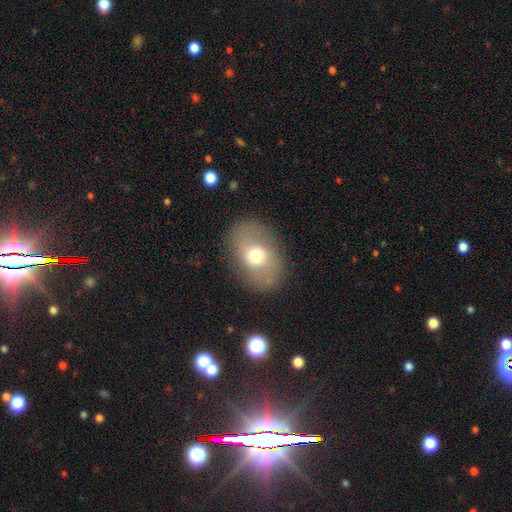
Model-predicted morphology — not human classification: smooth 55%, featured or disk 35%, star or artifact 10%. Down the decision tree: how rounded — in between (74%); merging — none (83%).